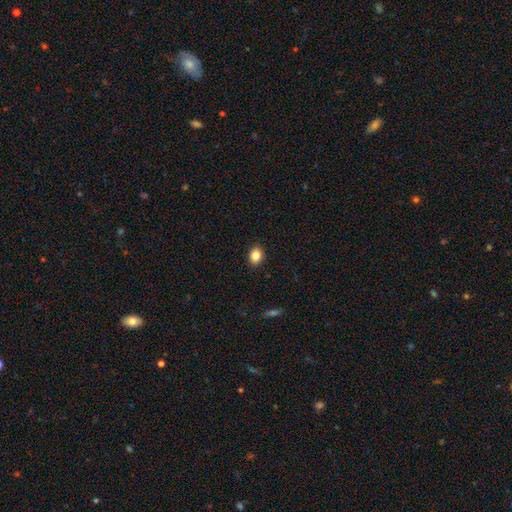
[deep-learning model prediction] Smooth or featured? Predicted: smooth (p=0.84). How rounded? Predicted: in between (p=0.57). Merging? Predicted: none (p=0.90).